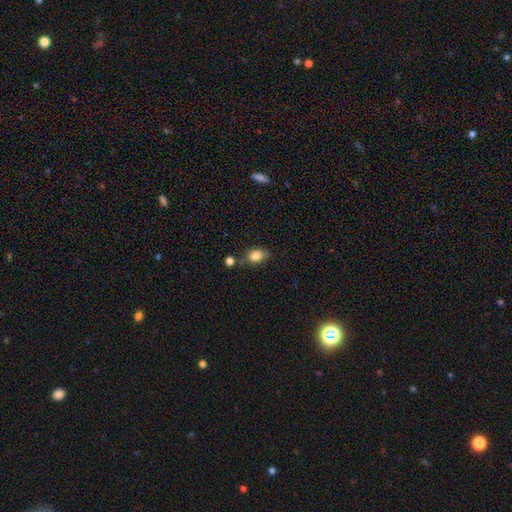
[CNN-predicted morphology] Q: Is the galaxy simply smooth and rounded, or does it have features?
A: smooth — 83%.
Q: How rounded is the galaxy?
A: in between — 77%.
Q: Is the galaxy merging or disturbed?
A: none — 68%.